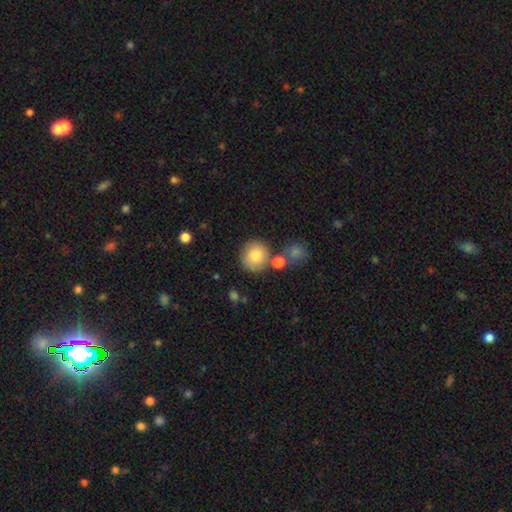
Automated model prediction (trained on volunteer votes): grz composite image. It shows a smooth galaxy with no disk features (82%) that is round (88%). Merging: none (69%).